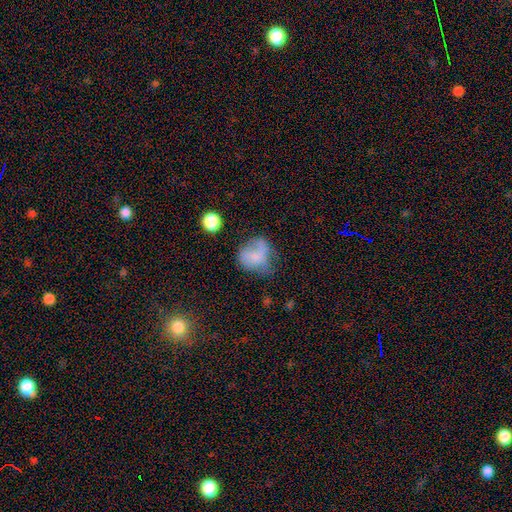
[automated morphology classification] A smooth galaxy with no disk features (63%) that is round (61%). Merging: none (35%).